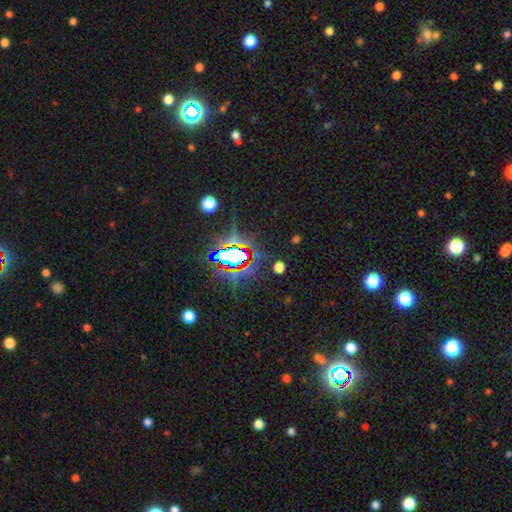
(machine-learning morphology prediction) Smooth or featured? star or artifact (81%)